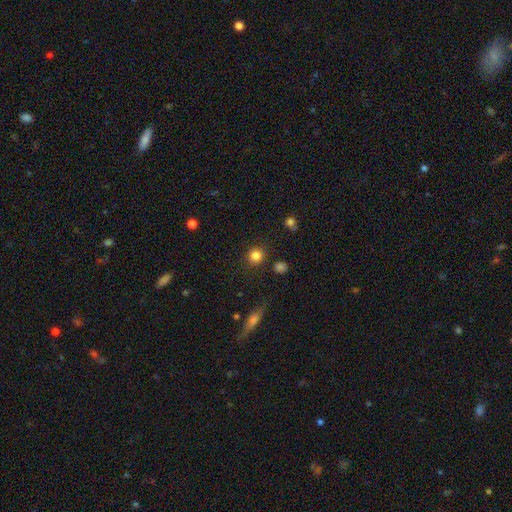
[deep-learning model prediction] Q: Smooth or featured?
A: smooth (83%); runner-up: star or artifact (12%)
Q: How rounded?
A: round (90%); runner-up: in between (9%)
Q: Merging?
A: none (87%); runner-up: minor disturbance (8%)